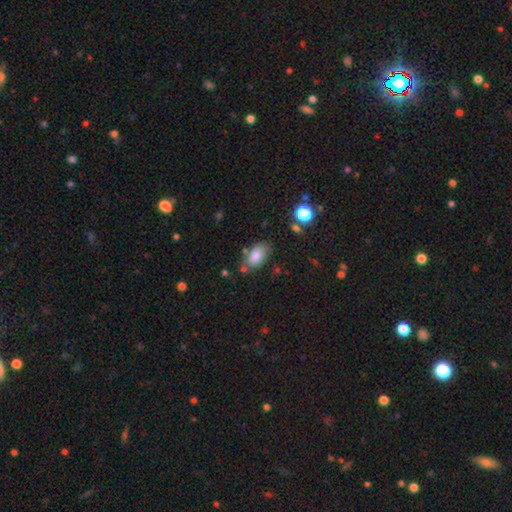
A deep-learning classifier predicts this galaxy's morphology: Smooth or featured?
  - smooth: 82% *
  - featured or disk: 10%
  - star or artifact: 8%
How rounded?
  - in between: 92% *
  - round: 6%
  - cigar-shaped: 2%
Merging?
  - none: 70% *
  - minor disturbance: 19%
  - merger: 7%
  - major disturbance: 5%